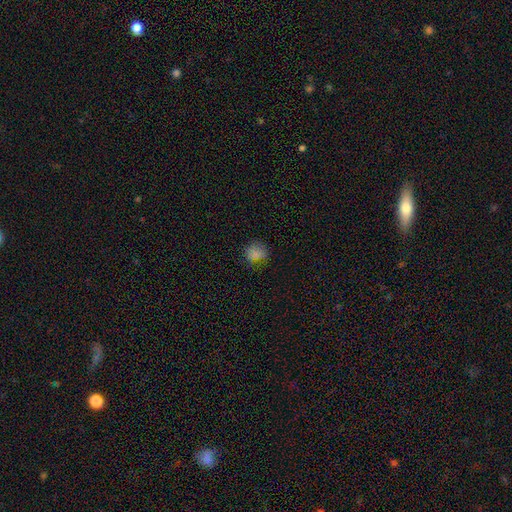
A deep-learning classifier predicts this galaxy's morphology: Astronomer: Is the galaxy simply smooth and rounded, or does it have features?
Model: smooth — 77%.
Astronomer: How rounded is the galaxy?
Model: round — 76%.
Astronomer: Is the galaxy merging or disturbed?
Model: none — 76%.